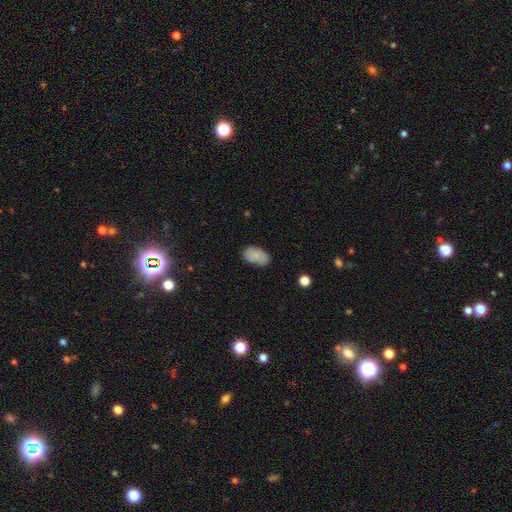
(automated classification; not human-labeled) A smooth galaxy with no disk features (82%) that is in between round and cigar-shaped (93%).

Vote fractions:
- Smooth or featured? smooth: 82% / featured or disk: 10% / star or artifact: 8%
- How rounded? in between: 93% / round: 5% / cigar-shaped: 2%
- Merging? none: 79% / minor disturbance: 16% / major disturbance: 3% / merger: 2%